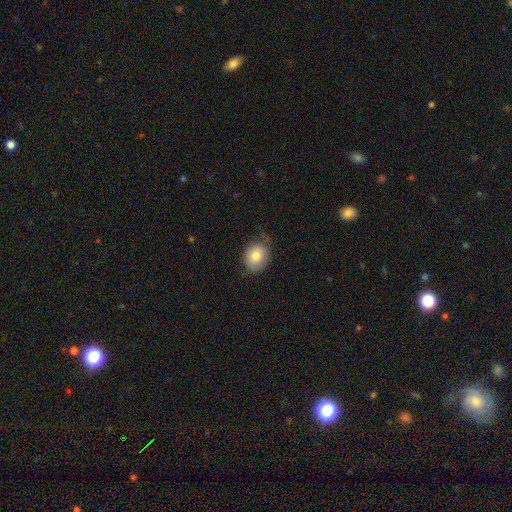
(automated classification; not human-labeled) Morphology: type=smooth (79%); roundness=round (52%); merging=none (59%).